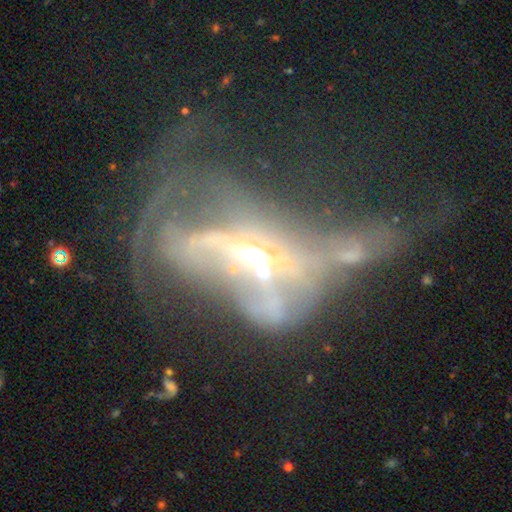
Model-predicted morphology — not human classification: A featured or disk galaxy (70%) with no bar (66%), no spiral arms (66%) and a moderate central bulge (49%). Merging: major disturbance (42%).